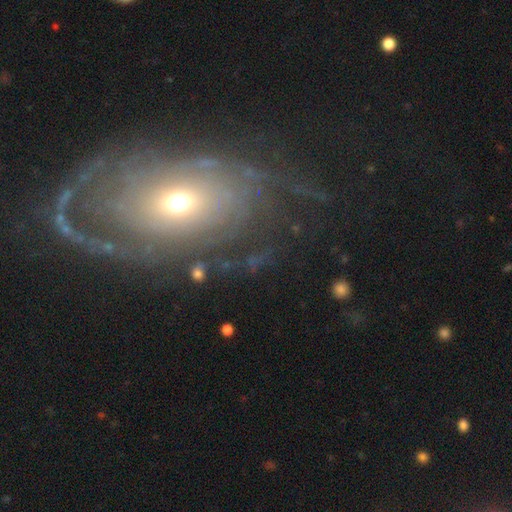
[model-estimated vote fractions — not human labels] smooth-or-featured: featured or disk: 76% | smooth: 14% | star or artifact: 9%
  disk-edge-on: no: 94% | yes: 6%
    bar: no: 79% | weak: 16% | strong: 6%
    has-spiral-arms: yes: 79% | no: 21%
      spiral-winding: tight: 59% | medium: 26% | loose: 15%
      spiral-arm-count: can't tell: 47% | 2: 19% | 3: 10% | 1: 9% | more than 4: 8% | 4: 7%
    bulge-size: moderate: 50% | small: 42% | large: 5% | dominant: 1% | none: 1%
  merging: none: 62% | major disturbance: 19% | minor disturbance: 16% | merger: 3%